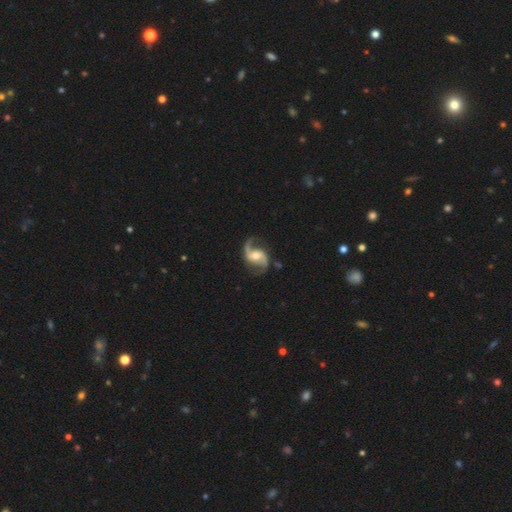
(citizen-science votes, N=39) smooth-or-featured: featured or disk: 90% | smooth: 5% | star or artifact: 5%
  disk-edge-on: no: 100% | yes: 0%
    bar: weak: 51% | no: 37% | strong: 11%
    has-spiral-arms: yes: 97% | no: 3%
      spiral-winding: loose: 68% | medium: 26% | tight: 6%
      spiral-arm-count: 2: 97% | 1: 3% | 3: 0% | 4: 0% | more than 4: 0% | can't tell: 0%
    bulge-size: moderate: 57% | small: 34% | dominant: 3% | large: 3% | none: 3%
  merging: none: 81% | minor disturbance: 16% | merger: 3% | major disturbance: 0%